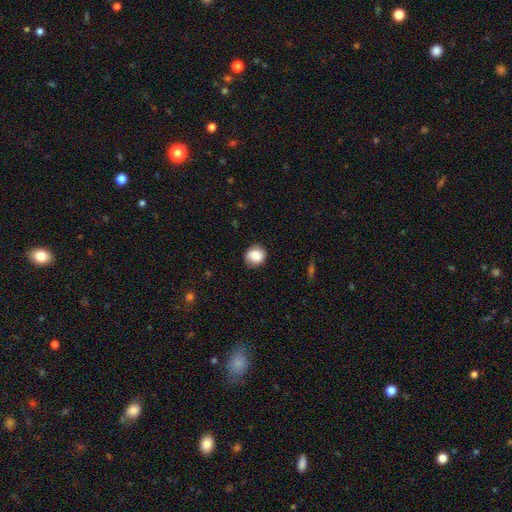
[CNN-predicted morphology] A smooth galaxy with no disk features (84%) that is round (81%).

Vote fractions:
- Smooth or featured? smooth: 84% / featured or disk: 8% / star or artifact: 8%
- How rounded? round: 81% / in between: 18% / cigar-shaped: 1%
- Merging? none: 78% / minor disturbance: 17% / major disturbance: 4% / merger: 1%